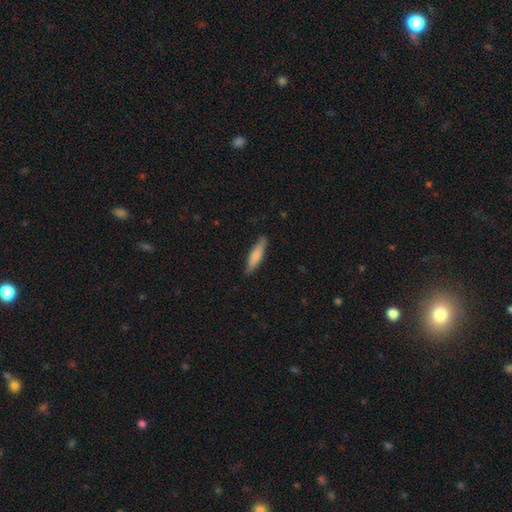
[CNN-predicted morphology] Smooth or featured? smooth (74%)
How rounded? cigar-shaped (82%)
Merging? none (86%)